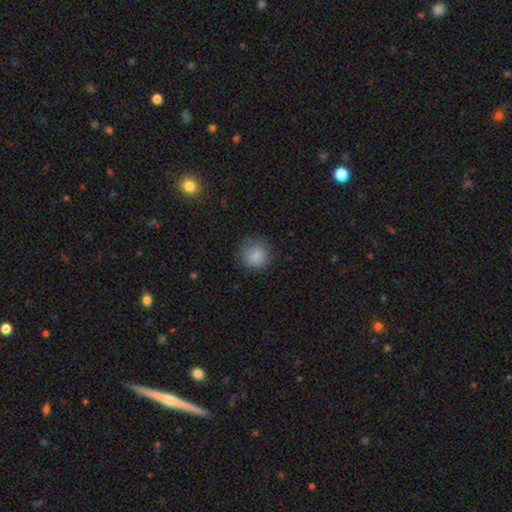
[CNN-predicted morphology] Q: Smooth or featured?
A: smooth (84%); runner-up: star or artifact (8%)
Q: How rounded?
A: round (90%); runner-up: in between (9%)
Q: Merging?
A: none (79%); runner-up: minor disturbance (15%)